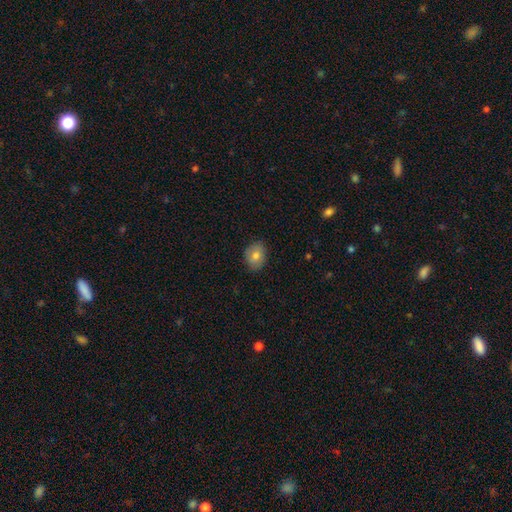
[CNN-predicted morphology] This appears to be a smooth galaxy with no disk features (78%) that is in between round and cigar-shaped (63%). Merging: none (86%).